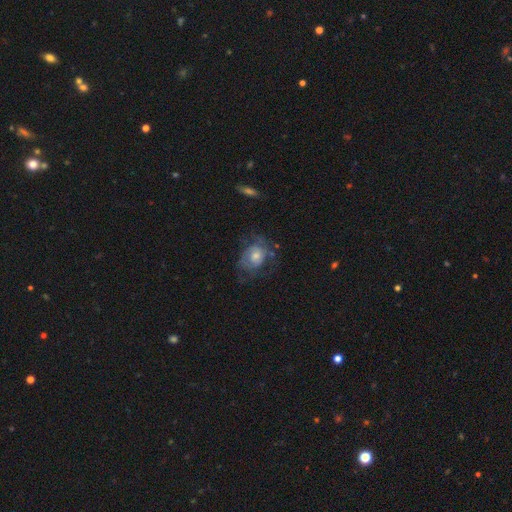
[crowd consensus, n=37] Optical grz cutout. It shows a featured or disk galaxy (70%) with no bar (88%), tight (62%) spiral arms (52%) and a moderate central bulge (64%). Merging: none (55%).